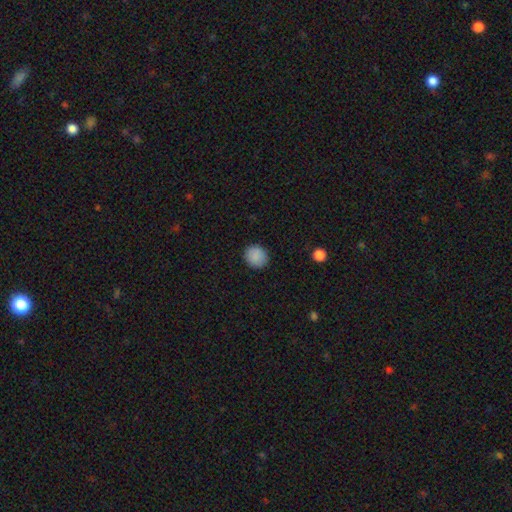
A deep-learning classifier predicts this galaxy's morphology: Smooth or featured: smooth — 88% (star or artifact — 8%)
How rounded: round — 86% (in between — 13%)
Merging: none — 91% (minor disturbance — 7%)